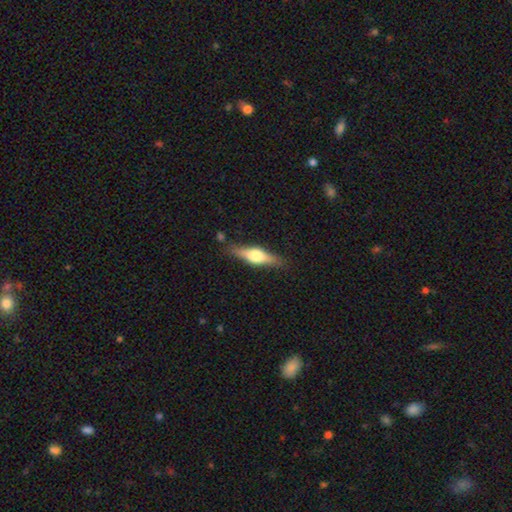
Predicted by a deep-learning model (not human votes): Smooth or featured? Predicted: featured or disk (p=0.56). Edge-on disk? Predicted: yes (p=0.94). Edge-on bulge? Predicted: rounded (p=0.91). Merging? Predicted: none (p=0.82).